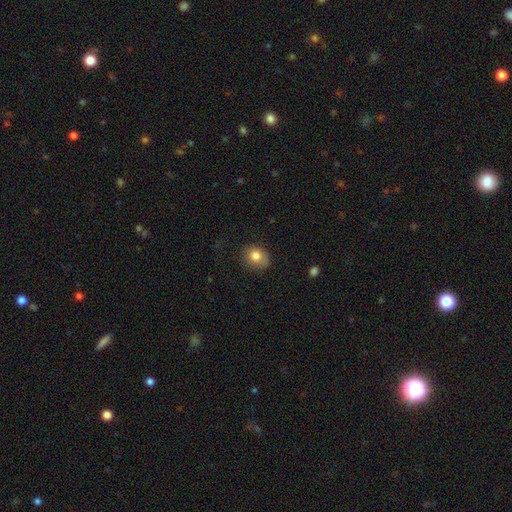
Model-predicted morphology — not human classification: A smooth galaxy with no disk features (79%) that is round (58%).

Vote fractions:
- Smooth or featured? smooth: 79% / featured or disk: 11% / star or artifact: 10%
- How rounded? round: 58% / in between: 41% / cigar-shaped: 1%
- Merging? none: 77% / minor disturbance: 17% / major disturbance: 4% / merger: 1%